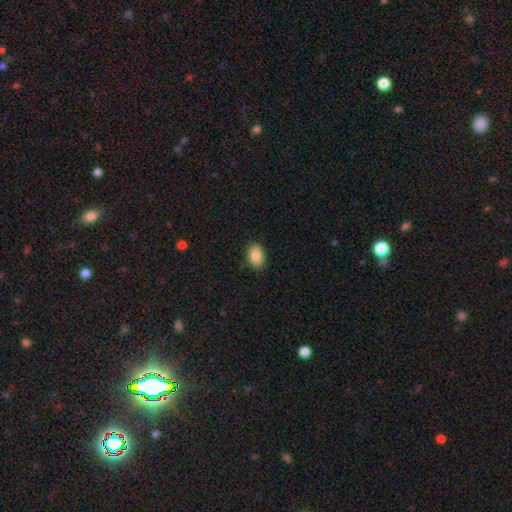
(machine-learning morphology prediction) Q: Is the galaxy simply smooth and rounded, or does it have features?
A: smooth — 87%.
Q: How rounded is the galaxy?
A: in between — 88%.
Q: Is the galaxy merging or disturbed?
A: none — 88%.